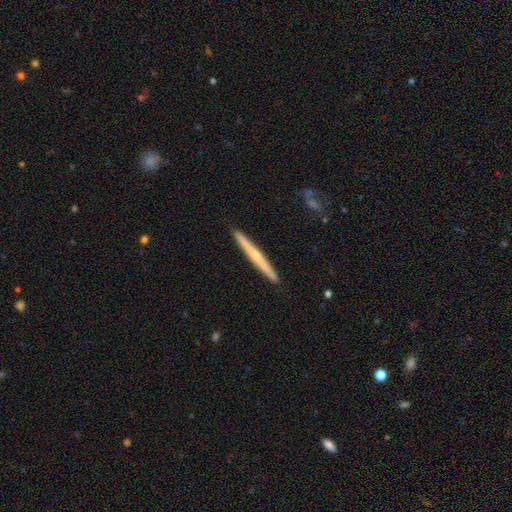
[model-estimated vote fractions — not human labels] Q: Smooth or featured?
A: featured or disk (59%); runner-up: smooth (35%)
Q: Edge-on disk?
A: yes (97%); runner-up: no (3%)
Q: Edge-on bulge?
A: rounded (61%); runner-up: none (36%)
Q: Merging?
A: none (92%); runner-up: minor disturbance (5%)